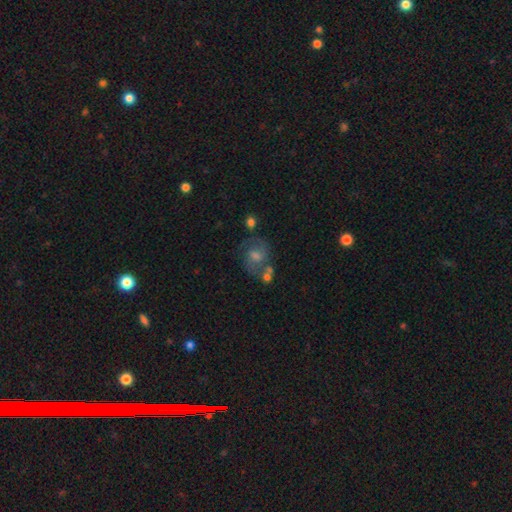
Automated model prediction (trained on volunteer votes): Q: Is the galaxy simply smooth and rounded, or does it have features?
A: featured or disk — 59%.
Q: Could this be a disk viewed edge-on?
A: no — 97%.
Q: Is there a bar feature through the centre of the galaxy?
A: no — 51%.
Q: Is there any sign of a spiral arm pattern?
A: yes — 81%.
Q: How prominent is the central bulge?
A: moderate — 53%.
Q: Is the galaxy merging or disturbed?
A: none — 59%.